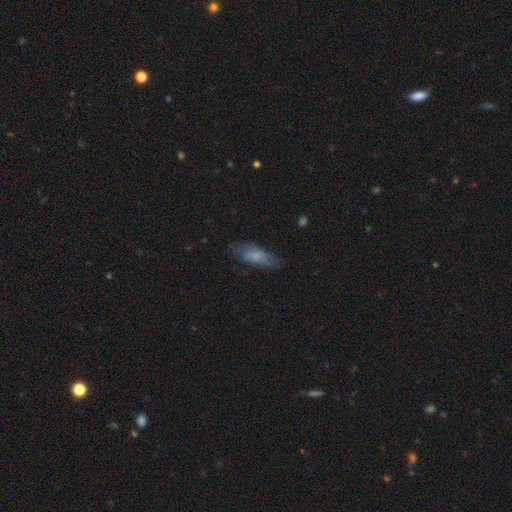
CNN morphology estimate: Smooth or featured? Predicted: smooth (p=0.60). How rounded? Predicted: in between (p=0.67). Merging? Predicted: none (p=0.61).